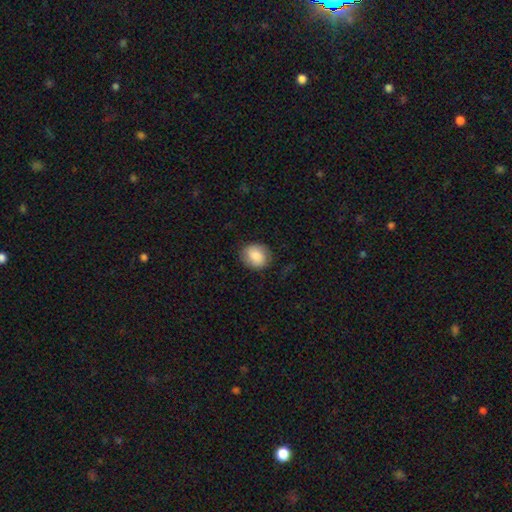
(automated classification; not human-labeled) The model was most divided on "how rounded": round: 66%, in between: 33%, cigar-shaped: 1%. More confident: smooth or featured — smooth (83%); merging — none (81%).